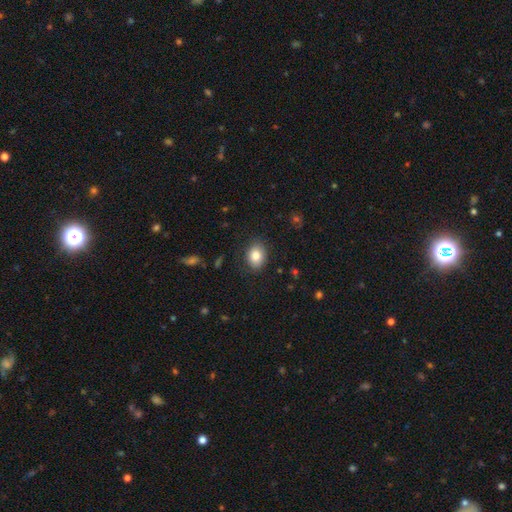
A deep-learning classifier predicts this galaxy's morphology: Smooth or featured: smooth — 84% (star or artifact — 9%)
How rounded: in between — 66% (round — 33%)
Merging: none — 85% (minor disturbance — 11%)